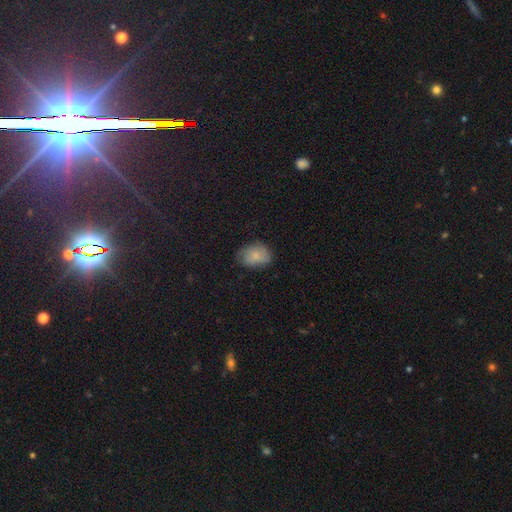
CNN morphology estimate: Smooth or featured? Predicted: smooth (p=0.78). How rounded? Predicted: in between (p=0.69). Merging? Predicted: none (p=0.64).